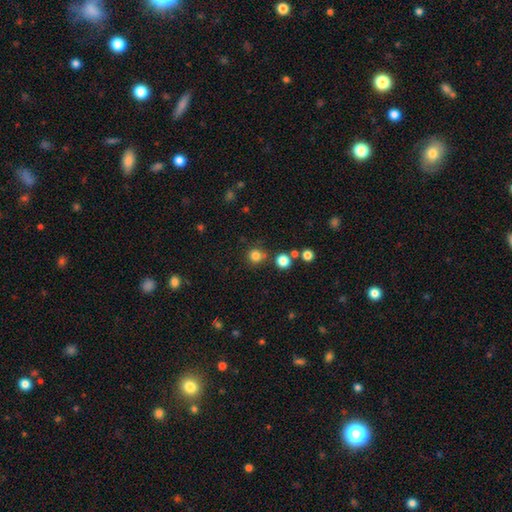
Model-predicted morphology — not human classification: smooth-or-featured: smooth: 81% | star or artifact: 14% | featured or disk: 5%
  how-rounded: round: 92% | in between: 7% | cigar-shaped: 1%
  merging: none: 79% | merger: 9% | minor disturbance: 8% | major disturbance: 3%